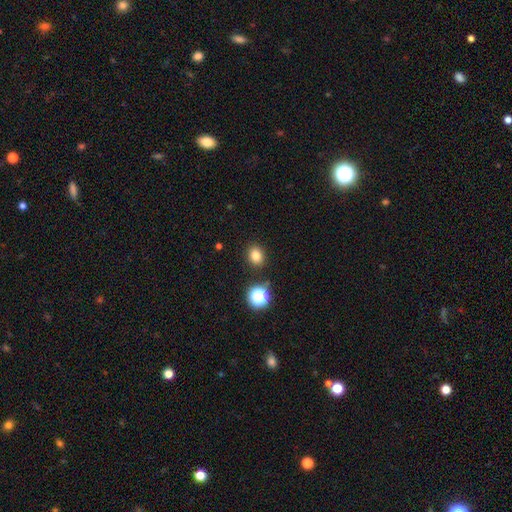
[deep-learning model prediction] The model was most divided on "how rounded": round: 60%, in between: 39%, cigar-shaped: 1%. More confident: merging — none (88%); smooth or featured — smooth (80%).